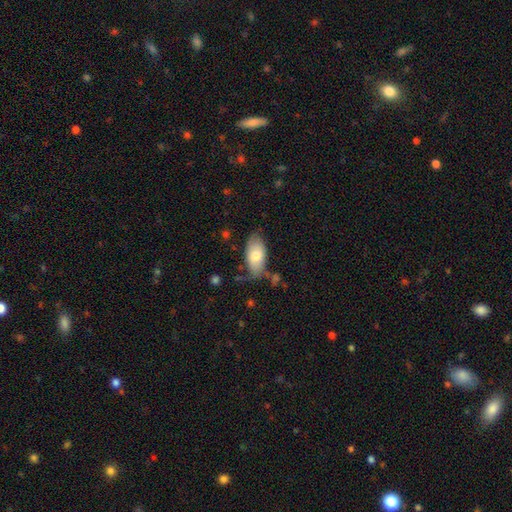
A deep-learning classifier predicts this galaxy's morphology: This appears to be a smooth galaxy with no disk features (74%) that is in between round and cigar-shaped (94%). Merging: none (66%).